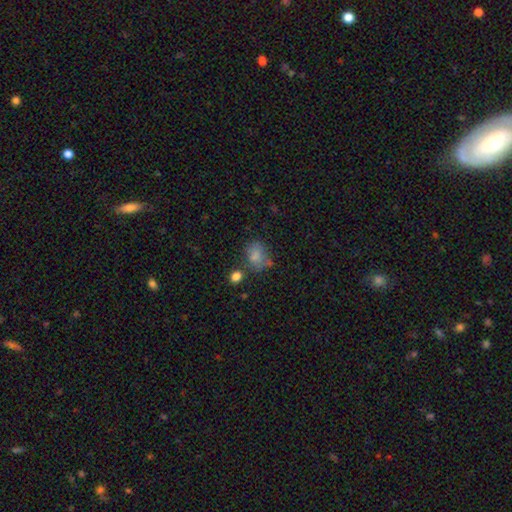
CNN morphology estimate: Smooth or featured?
  - smooth: 77% *
  - star or artifact: 12%
  - featured or disk: 11%
How rounded?
  - in between: 56% *
  - round: 43%
  - cigar-shaped: 1%
Merging?
  - none: 49% *
  - minor disturbance: 24%
  - merger: 14%
  - major disturbance: 13%